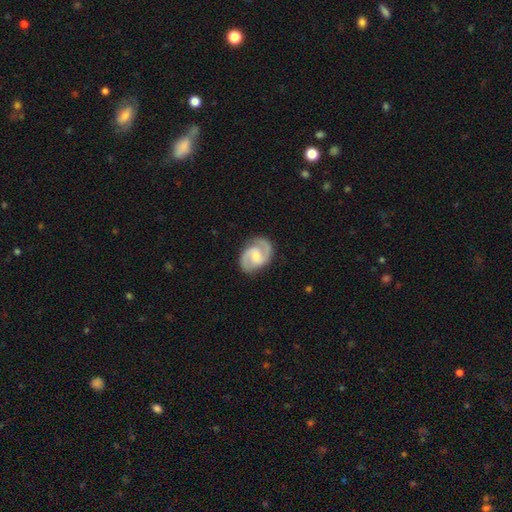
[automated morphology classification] This appears to be a featured or disk galaxy (88%) with a weak bar (50%), 2 (93%) medium (56%) spiral arms (97%) and a moderate central bulge (51%). Merging: none (83%).